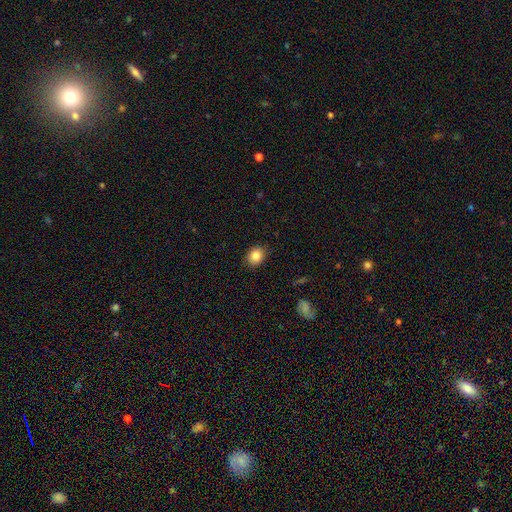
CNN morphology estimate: This is clearly a smooth galaxy (84%). How rounded: possibly round (54%). Merging: clearly none (87%).